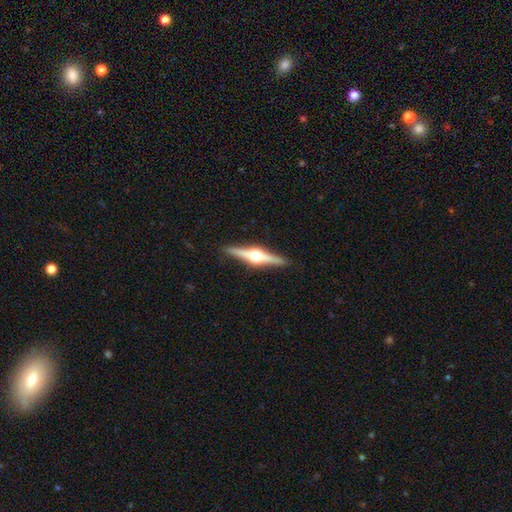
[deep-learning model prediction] This is clearly a featured or disk galaxy (82%). It is clearly viewed edge-on (98%). Edge-on bulge: clearly rounded (94%). Merging: clearly none (91%).